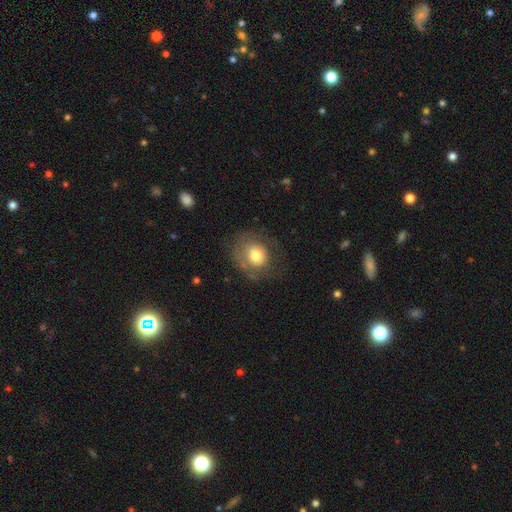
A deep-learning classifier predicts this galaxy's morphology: Smooth or featured? Predicted: smooth (p=0.64). How rounded? Predicted: round (p=0.72). Merging? Predicted: none (p=0.63).